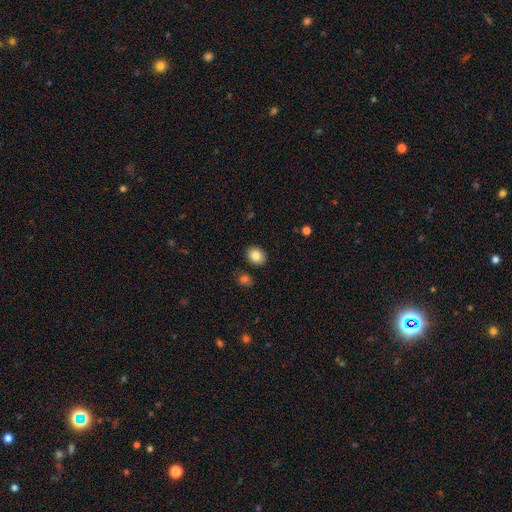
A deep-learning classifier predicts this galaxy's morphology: This is clearly a smooth galaxy (85%). How rounded: possibly in between (57%). Merging: clearly none (86%).